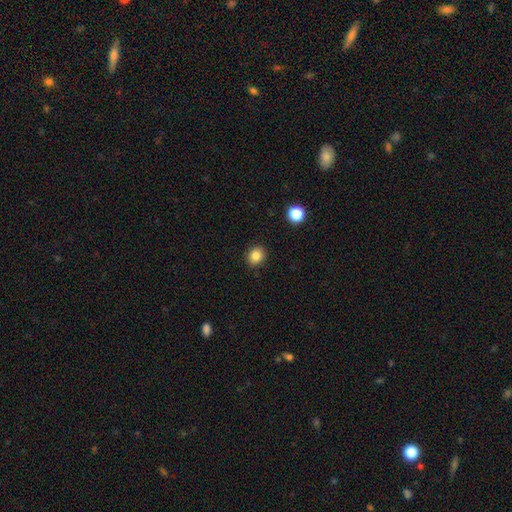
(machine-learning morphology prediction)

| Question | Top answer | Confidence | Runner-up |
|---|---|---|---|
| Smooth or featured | smooth | 85% | star or artifact (11%) |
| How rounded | round | 69% | in between (30%) |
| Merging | none | 90% | minor disturbance (7%) |